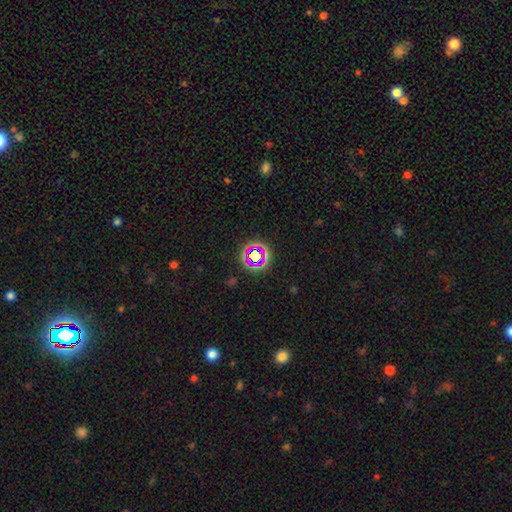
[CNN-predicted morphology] A star or artifact, not a galaxy (60%).

Vote fractions:
- Smooth or featured? star or artifact: 60% / smooth: 27% / featured or disk: 13%